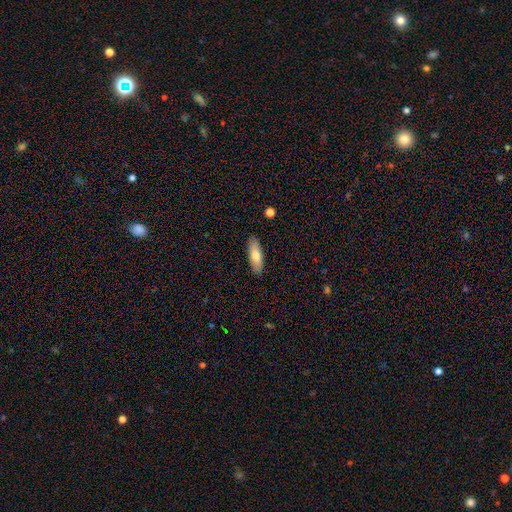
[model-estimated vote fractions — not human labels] Overall: smooth (74%). How rounded: in between (56%; cigar-shaped 42%). Merging: none (89%).